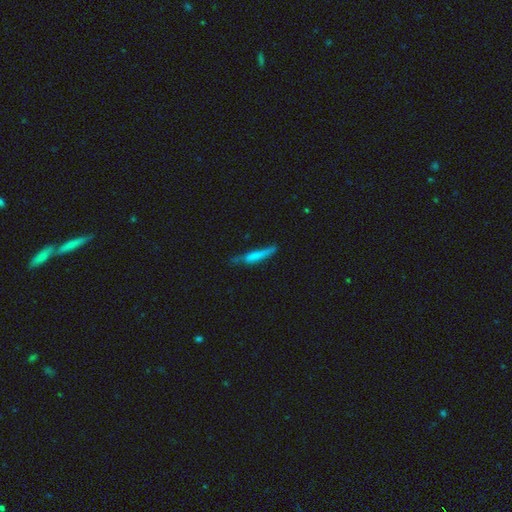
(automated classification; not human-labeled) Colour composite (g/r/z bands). It shows a smooth galaxy with no disk features (64%) that is cigar-shaped (89%). Merging: none (52%).